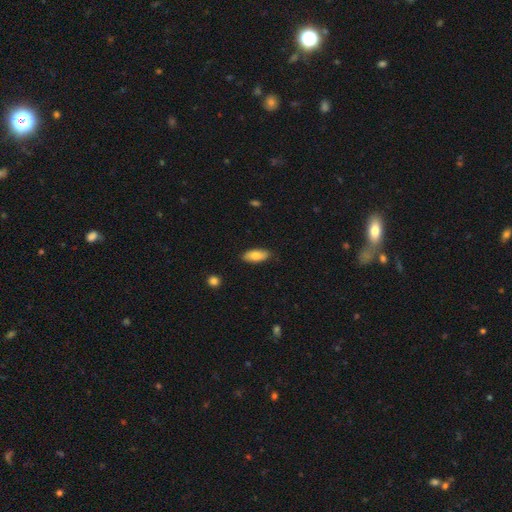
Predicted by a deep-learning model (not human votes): Smooth or featured: smooth — 79% (featured or disk — 15%)
How rounded: in between — 84% (cigar-shaped — 14%)
Merging: none — 87% (minor disturbance — 10%)